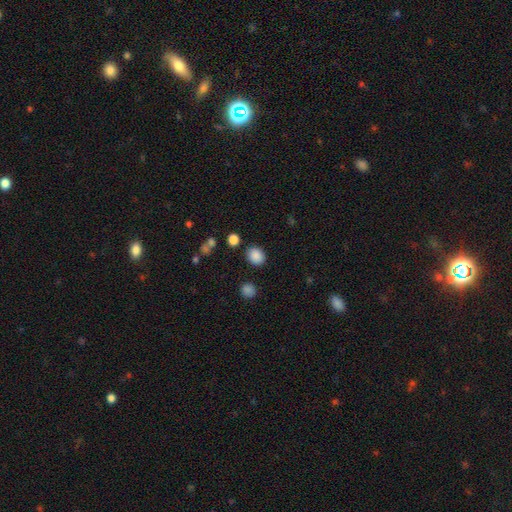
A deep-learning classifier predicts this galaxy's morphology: This is clearly a smooth galaxy (86%). How rounded: possibly round (56%). Merging: clearly none (85%).